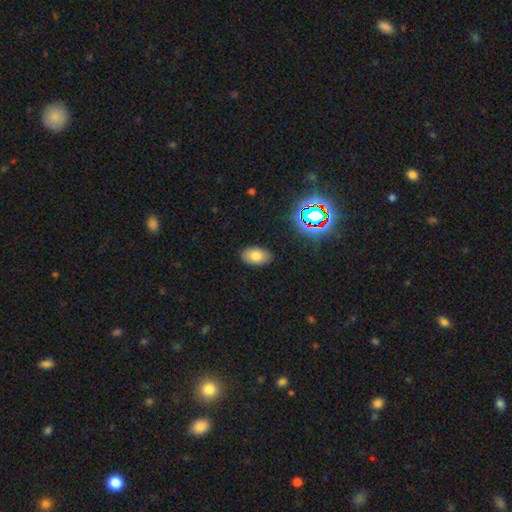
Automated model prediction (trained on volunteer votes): This appears to be a smooth galaxy with no disk features (76%) that is in between round and cigar-shaped (92%). Merging: none (87%).